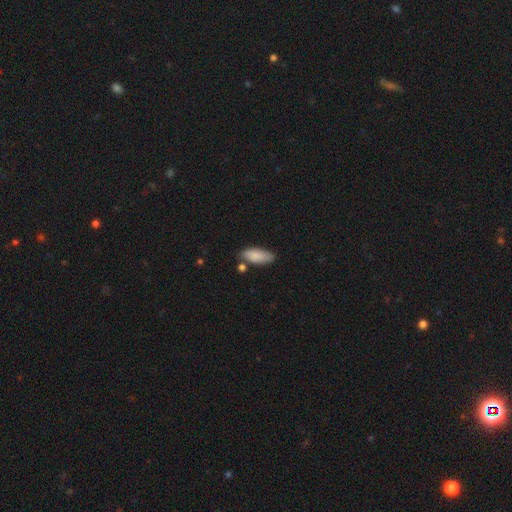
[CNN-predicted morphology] This appears to be a smooth galaxy with no disk features (86%) that is in between round and cigar-shaped (80%). Merging: none (69%).